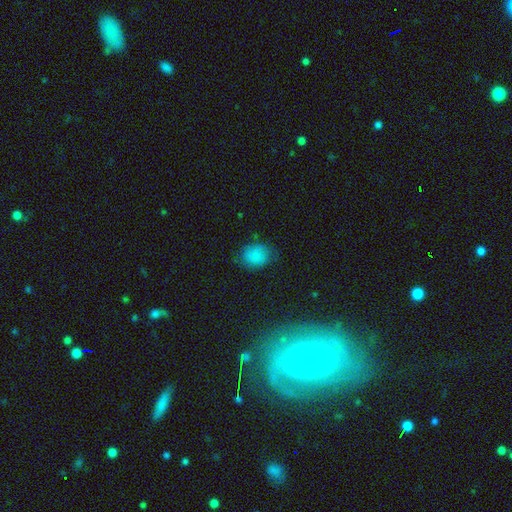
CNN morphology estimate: Overall: smooth (81%). How rounded: round (50%; in between 49%). Merging: none (73%).